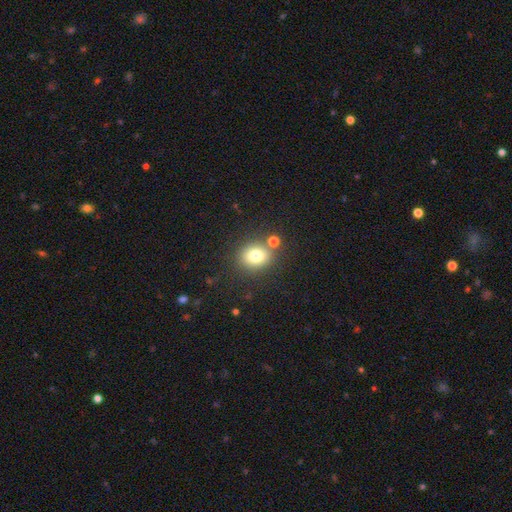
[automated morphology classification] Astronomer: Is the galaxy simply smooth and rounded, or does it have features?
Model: smooth — 76%.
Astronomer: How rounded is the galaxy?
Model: round — 66%.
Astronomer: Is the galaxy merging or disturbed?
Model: none — 75%.